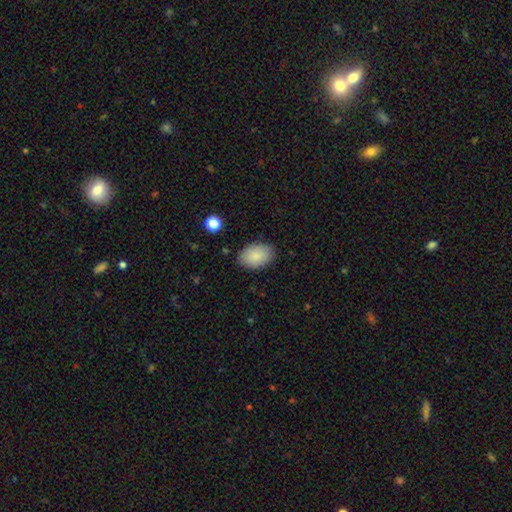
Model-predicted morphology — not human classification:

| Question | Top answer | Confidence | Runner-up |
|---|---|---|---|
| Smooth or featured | smooth | 87% | star or artifact (7%) |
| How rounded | in between | 90% | round (9%) |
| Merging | none | 85% | minor disturbance (11%) |